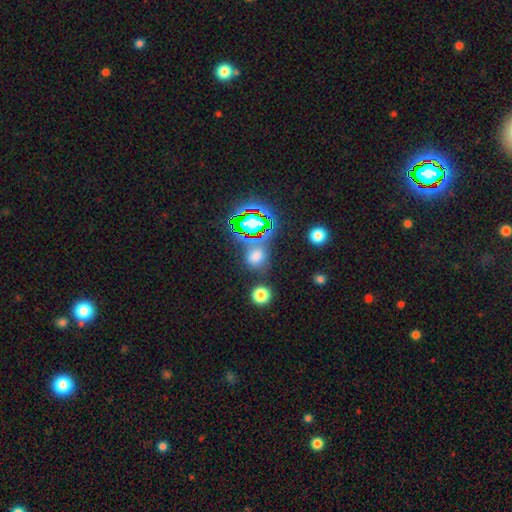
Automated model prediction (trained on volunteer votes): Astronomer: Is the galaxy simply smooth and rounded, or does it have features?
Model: smooth — 55% (runner-up: star or artifact, 36%).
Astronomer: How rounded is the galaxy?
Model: round — 56% (runner-up: in between, 42%).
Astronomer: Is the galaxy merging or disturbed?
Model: none — 67%.